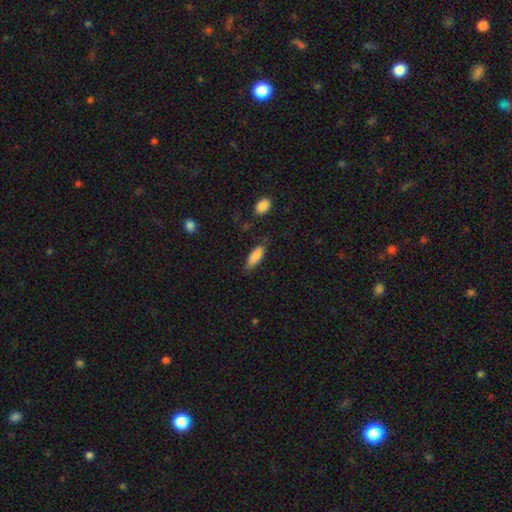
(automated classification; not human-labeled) A smooth galaxy with no disk features (83%) that is in between round and cigar-shaped (78%).

Vote fractions:
- Smooth or featured? smooth: 83% / featured or disk: 11% / star or artifact: 7%
- How rounded? in between: 78% / cigar-shaped: 20% / round: 2%
- Merging? none: 68% / minor disturbance: 24% / major disturbance: 5% / merger: 3%